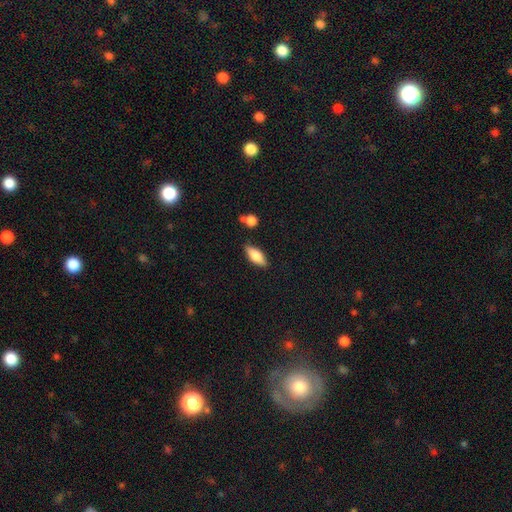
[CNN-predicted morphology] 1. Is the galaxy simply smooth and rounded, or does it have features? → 73% smooth, 21% featured or disk, 7% star or artifact.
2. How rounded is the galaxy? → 75% in between, 22% cigar-shaped, 3% round.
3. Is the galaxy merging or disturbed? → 82% none, 11% minor disturbance, 4% merger, 3% major disturbance.